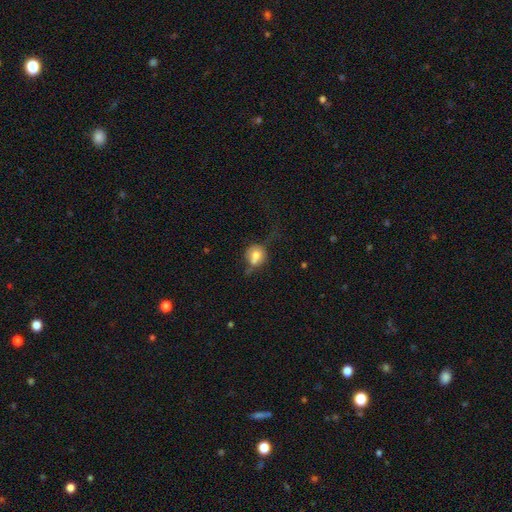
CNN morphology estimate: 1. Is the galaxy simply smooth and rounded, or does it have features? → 66% smooth, 23% featured or disk, 11% star or artifact.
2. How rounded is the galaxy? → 71% round, 27% in between, 2% cigar-shaped.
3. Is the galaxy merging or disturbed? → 37% none, 24% minor disturbance, 22% merger, 17% major disturbance.